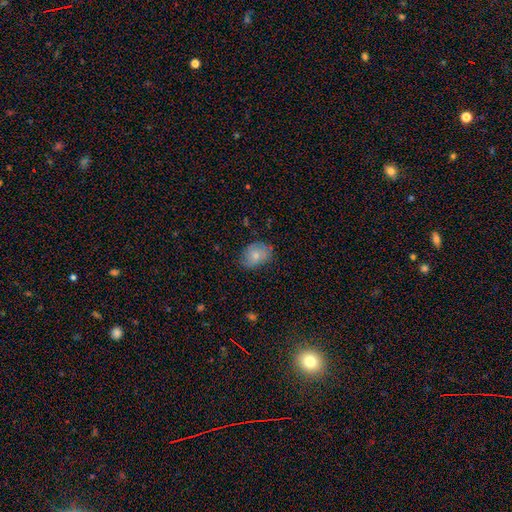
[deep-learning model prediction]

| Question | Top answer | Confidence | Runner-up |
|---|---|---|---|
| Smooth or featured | smooth | 73% | featured or disk (20%) |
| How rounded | in between | 70% | round (29%) |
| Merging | none | 66% | minor disturbance (26%) |